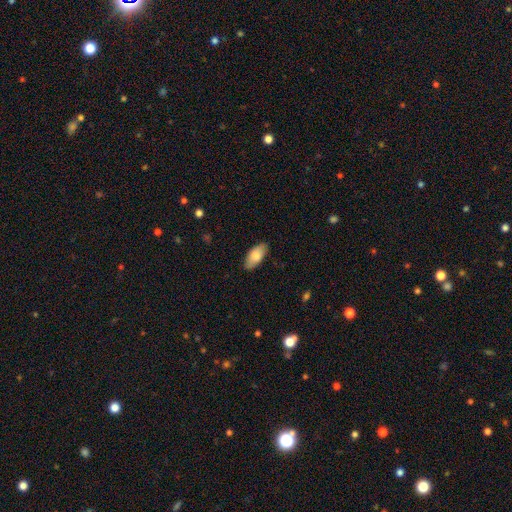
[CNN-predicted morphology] type=smooth (81%); roundness=in between (90%); merging=none (85%).